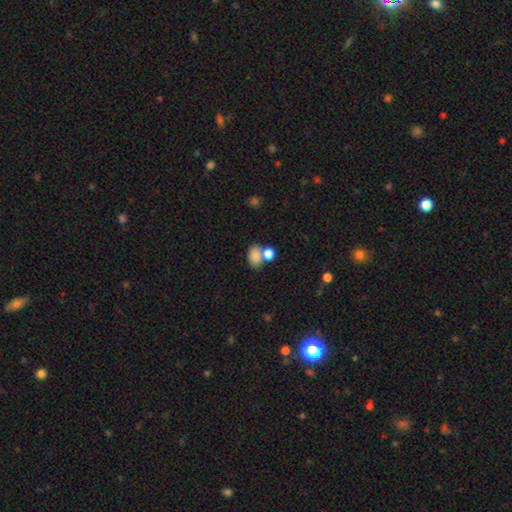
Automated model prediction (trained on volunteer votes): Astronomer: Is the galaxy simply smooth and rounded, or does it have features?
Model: smooth — 82%.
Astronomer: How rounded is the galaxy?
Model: in between — 77%.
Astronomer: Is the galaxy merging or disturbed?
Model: none — 43% (runner-up: merger, 38%).